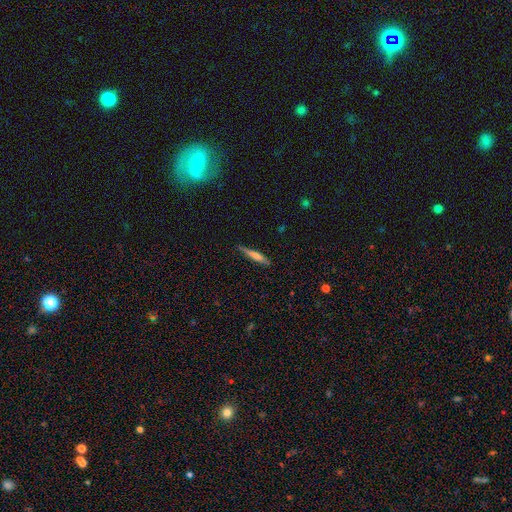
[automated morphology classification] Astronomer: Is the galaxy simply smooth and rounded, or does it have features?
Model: smooth — 51% (runner-up: featured or disk, 42%).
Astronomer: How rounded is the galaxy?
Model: cigar-shaped — 92%.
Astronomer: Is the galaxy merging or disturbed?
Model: none — 84%.